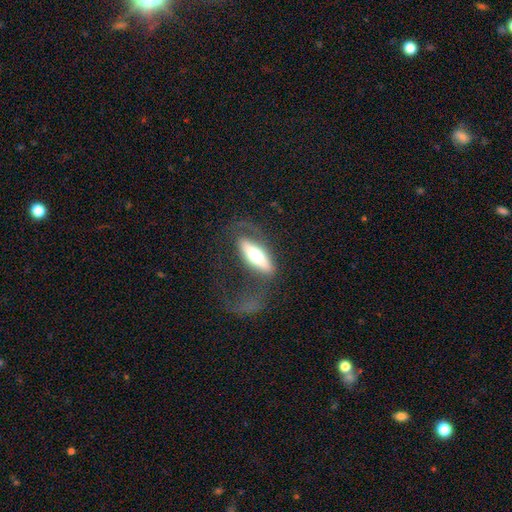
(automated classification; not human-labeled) smooth_or_featured: featured or disk (p=0.53) [alt: smooth p=0.42]
disk_edge_on: yes (p=0.53) [alt: no p=0.47]
merging: none (p=0.48) [alt: major disturbance p=0.32]